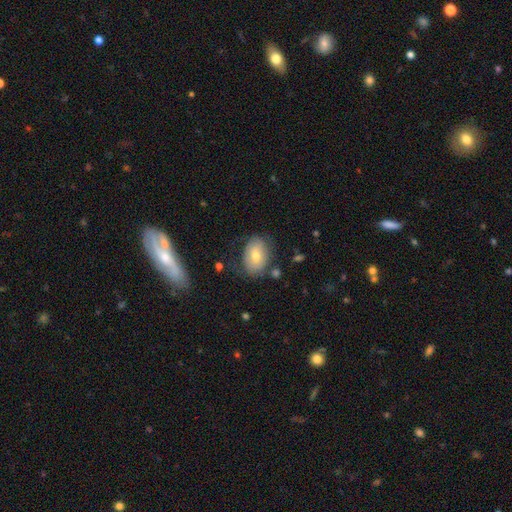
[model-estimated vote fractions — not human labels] Smooth or featured: smooth — 66% (featured or disk — 27%)
How rounded: in between — 78% (round — 21%)
Merging: none — 65% (minor disturbance — 22%)